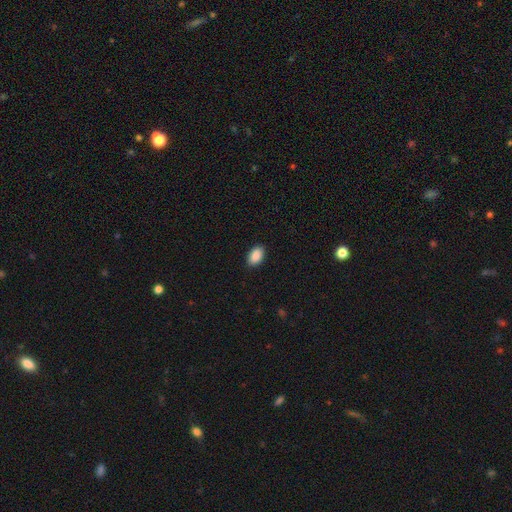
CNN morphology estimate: Smooth or featured? Predicted: smooth (p=0.90). How rounded? Predicted: in between (p=0.92). Merging? Predicted: none (p=0.89).